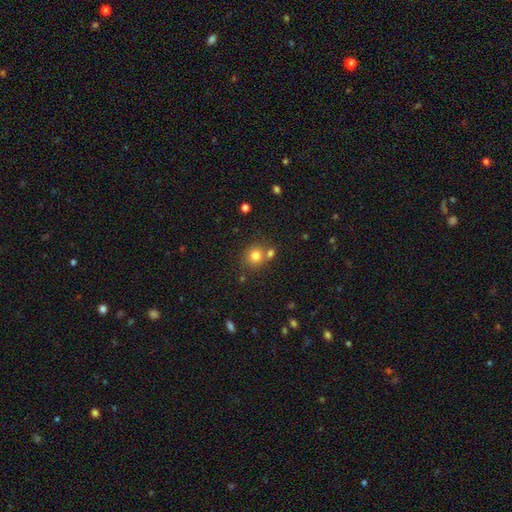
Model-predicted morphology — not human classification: This is likely a smooth galaxy (79%). How rounded: clearly round (81%). Merging: likely none (63%).